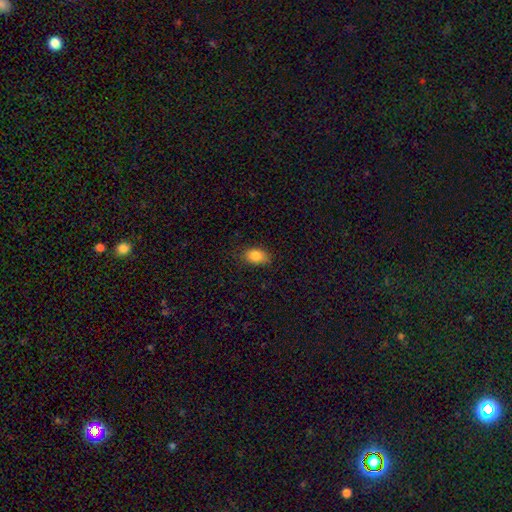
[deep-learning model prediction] Q: Smooth or featured?
A: smooth (85%); runner-up: star or artifact (8%)
Q: How rounded?
A: in between (86%); runner-up: round (12%)
Q: Merging?
A: none (80%); runner-up: minor disturbance (16%)